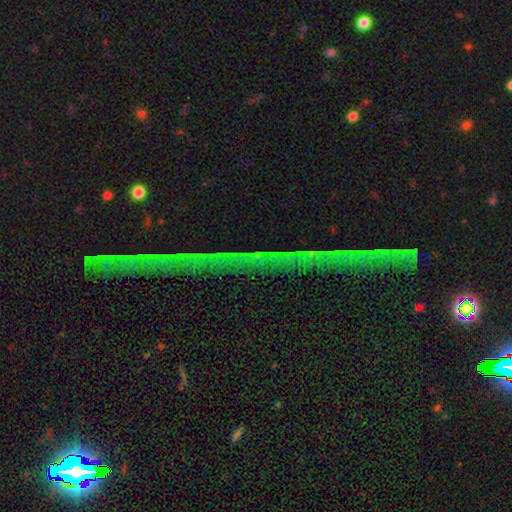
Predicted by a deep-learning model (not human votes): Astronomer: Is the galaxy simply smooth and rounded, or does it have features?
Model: star or artifact — 74%.